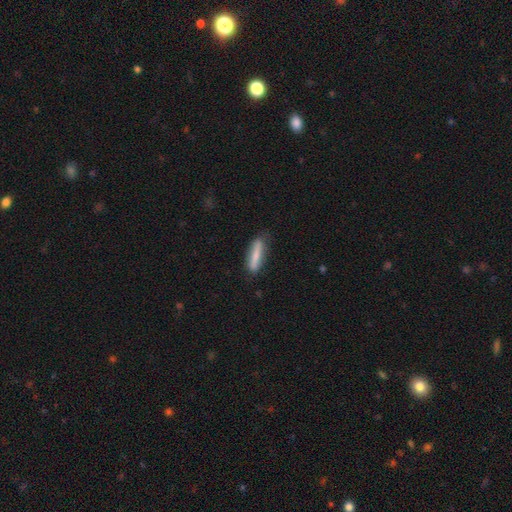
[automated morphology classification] Smooth or featured? Predicted: smooth (p=0.74). How rounded? Predicted: cigar-shaped (p=0.79). Merging? Predicted: none (p=0.77).